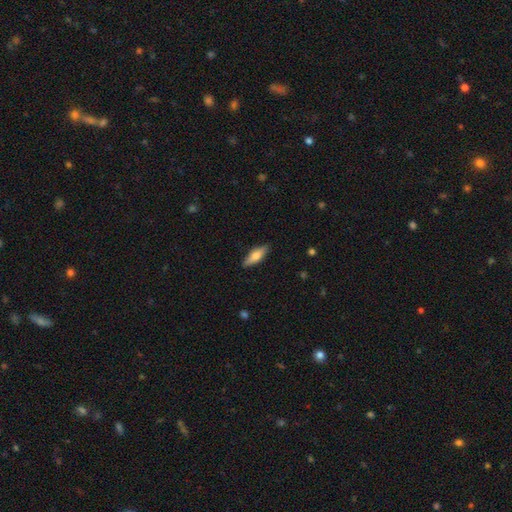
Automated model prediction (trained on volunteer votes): Q: Smooth or featured?
A: smooth (63%); runner-up: featured or disk (32%)
Q: How rounded?
A: in between (50%); runner-up: cigar-shaped (48%)
Q: Merging?
A: none (88%); runner-up: minor disturbance (9%)